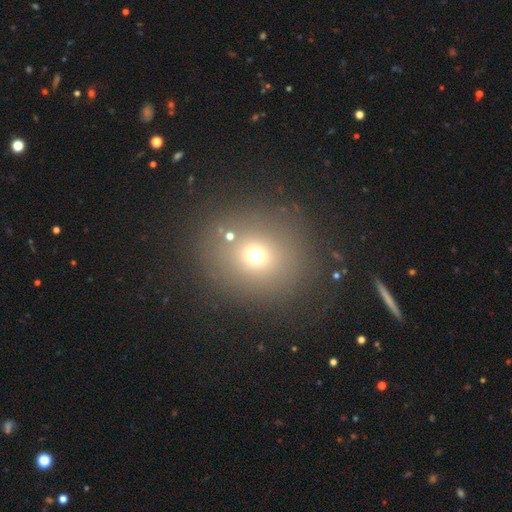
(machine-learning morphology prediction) This appears to be a smooth galaxy with no disk features (66%) that is round (80%). Merging: none (81%).